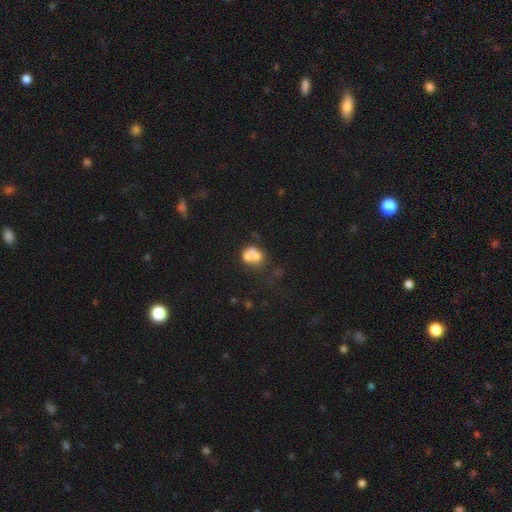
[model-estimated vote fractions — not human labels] This appears to be a smooth galaxy with no disk features (54%) that is round (56%). Merging: merger (61%).